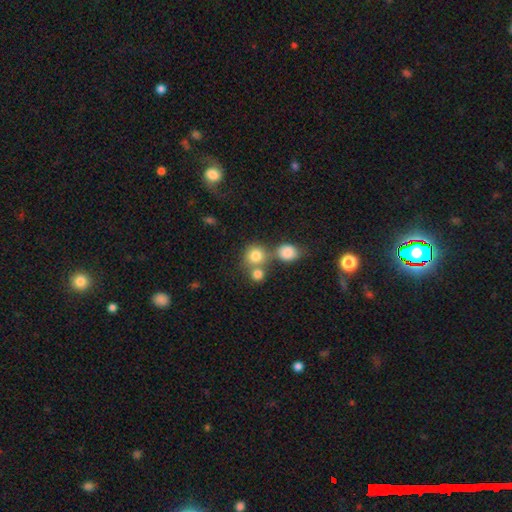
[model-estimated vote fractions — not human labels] Morphology: type=smooth (79%); roundness=round (85%); merging=none (54%).